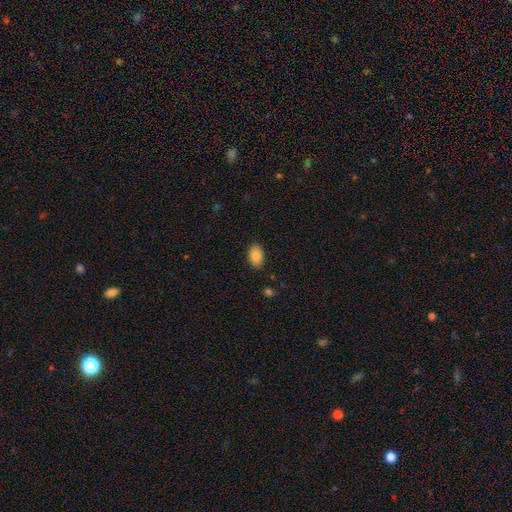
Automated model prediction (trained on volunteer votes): A smooth galaxy with no disk features (85%) that is in between round and cigar-shaped (89%).

Vote fractions:
- Smooth or featured? smooth: 85% / star or artifact: 8% / featured or disk: 7%
- How rounded? in between: 89% / round: 10% / cigar-shaped: 1%
- Merging? none: 86% / minor disturbance: 10% / major disturbance: 2% / merger: 1%